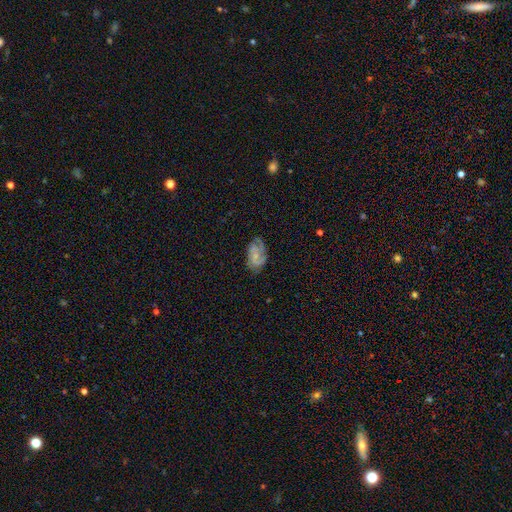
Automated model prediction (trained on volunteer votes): Smooth or featured: featured or disk — 62% (smooth — 30%)
Edge-on disk: no — 97% (yes — 3%)
Bar: no — 69% (weak — 26%)
Spiral arms: yes — 87% (no — 13%)
Spiral winding: tight — 43% (medium — 40%)
Spiral arm count: 2 — 37% (can't tell — 28%)
Bulge size: small — 61% (moderate — 26%)
Merging: none — 64% (minor disturbance — 24%)